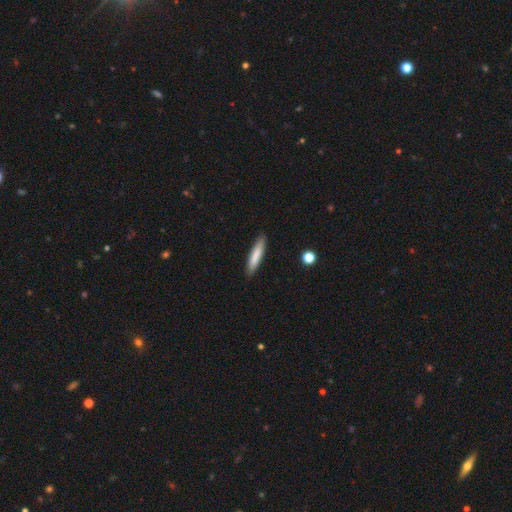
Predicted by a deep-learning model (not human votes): A smooth galaxy with no disk features (80%) that is cigar-shaped (86%). Merging: none (88%).